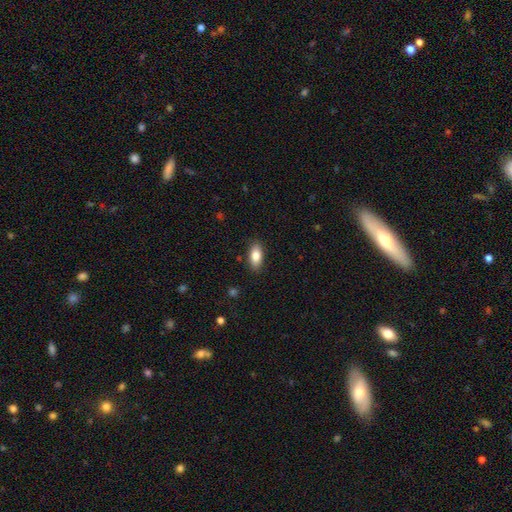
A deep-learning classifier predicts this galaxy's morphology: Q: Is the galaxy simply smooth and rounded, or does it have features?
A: smooth — 83%.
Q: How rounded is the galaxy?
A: in between — 87%.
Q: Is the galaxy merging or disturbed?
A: none — 87%.